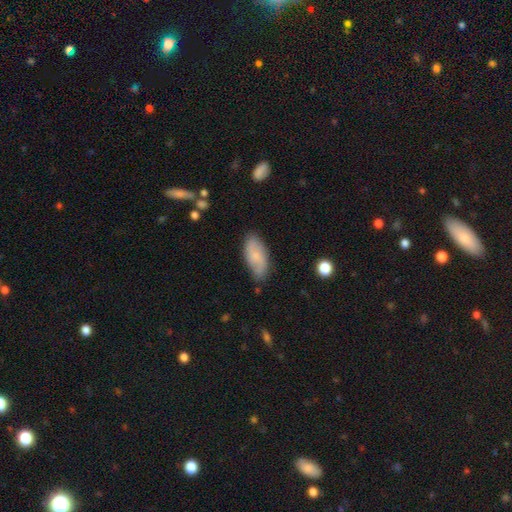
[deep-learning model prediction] This appears to be a smooth galaxy with no disk features (59%) that is in between round and cigar-shaped (89%). Merging: none (75%).